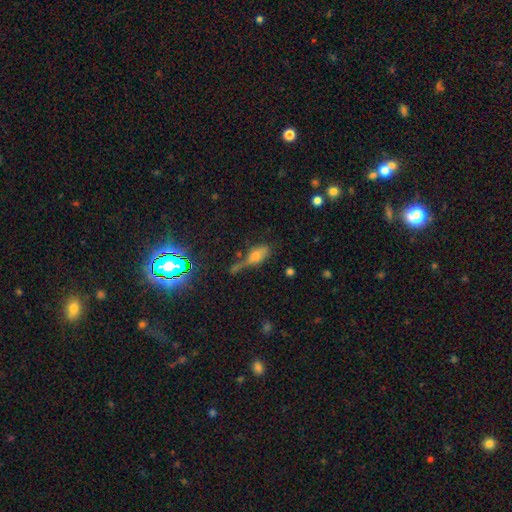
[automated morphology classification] Smooth or featured: smooth — 56% (featured or disk — 22%)
How rounded: in between — 70% (cigar-shaped — 21%)
Merging: none — 39% (minor disturbance — 25%)